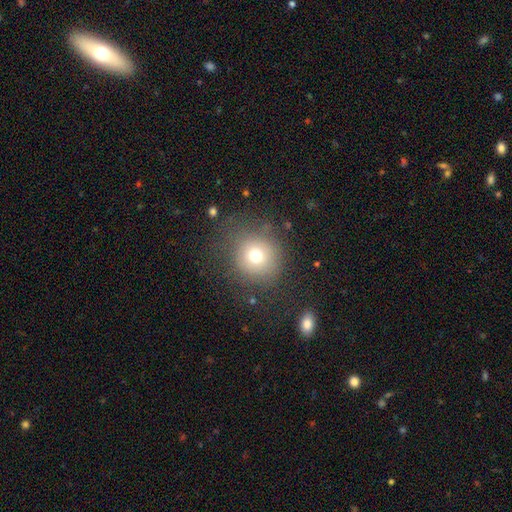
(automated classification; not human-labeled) The model was most divided on "smooth or featured": smooth: 70%, star or artifact: 16%, featured or disk: 14%. More confident: how rounded — round (90%); merging — none (74%).